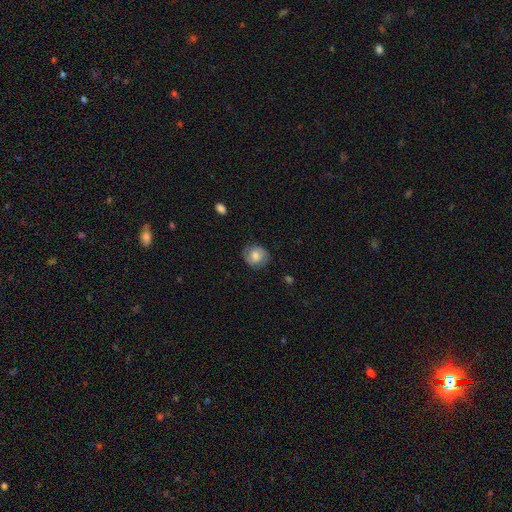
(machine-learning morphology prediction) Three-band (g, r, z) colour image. It shows a smooth galaxy with no disk features (63%) that is round (78%). Merging: none (80%).